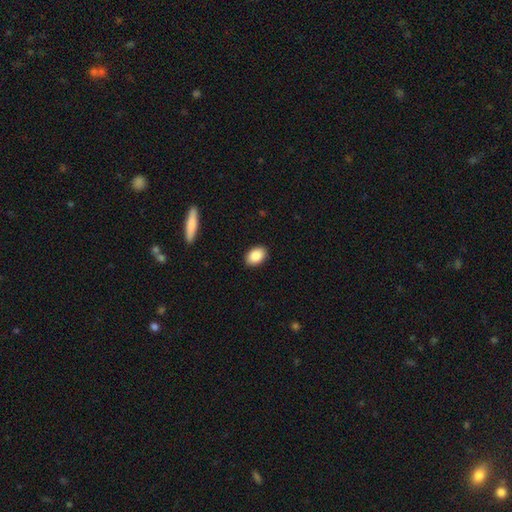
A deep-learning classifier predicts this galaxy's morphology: Overall: smooth (87%). How rounded: in between (84%). Merging: none (90%).